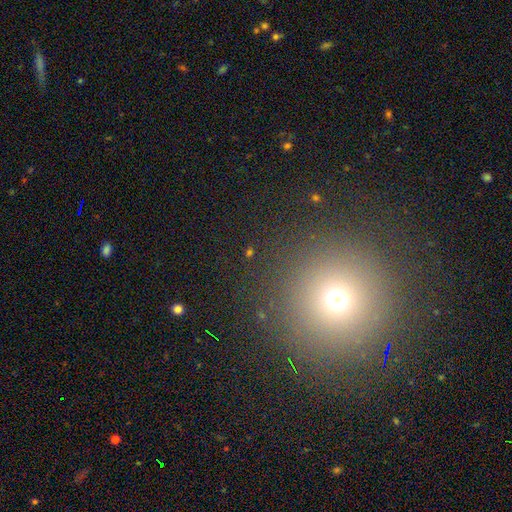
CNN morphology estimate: A smooth galaxy with no disk features (63%) that is round (96%). Merging: none (89%).